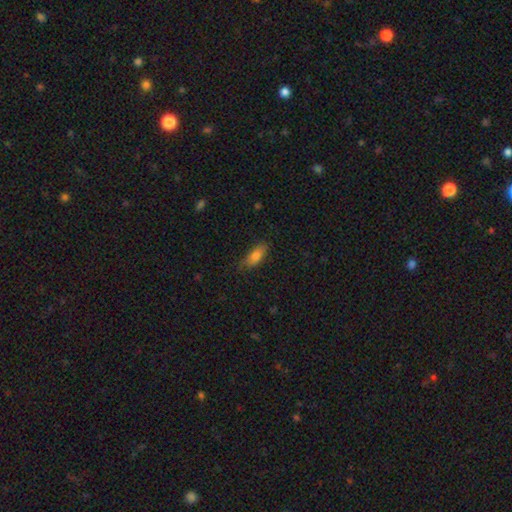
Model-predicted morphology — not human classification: The model was most divided on "how rounded": in between: 73%, cigar-shaped: 25%, round: 3%. More confident: smooth or featured — smooth (79%); merging — none (73%).